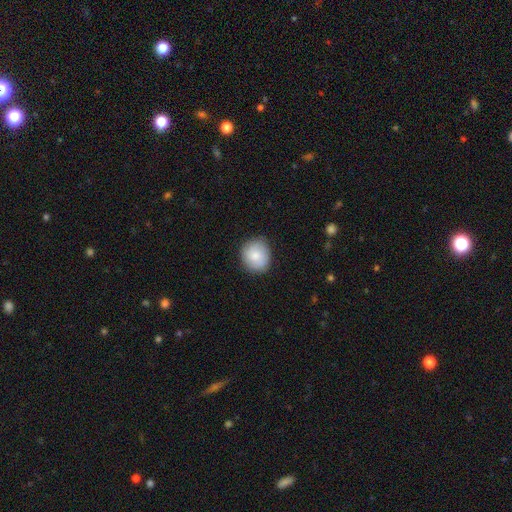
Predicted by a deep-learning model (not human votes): Smooth or featured? smooth (80%)
How rounded? round (78%)
Merging? none (82%)